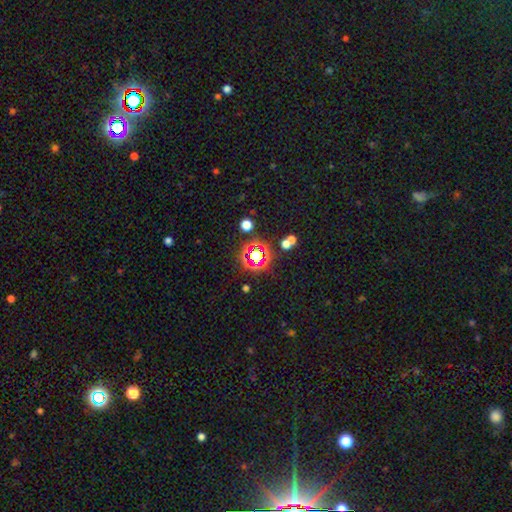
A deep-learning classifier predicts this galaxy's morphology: This is likely a star or artifact rather than a galaxy (61%).